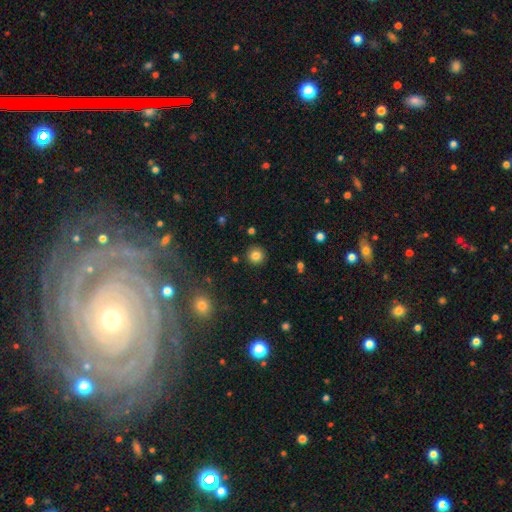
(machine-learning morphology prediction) This is clearly a smooth galaxy (82%). How rounded: clearly round (95%). Merging: clearly none (91%).